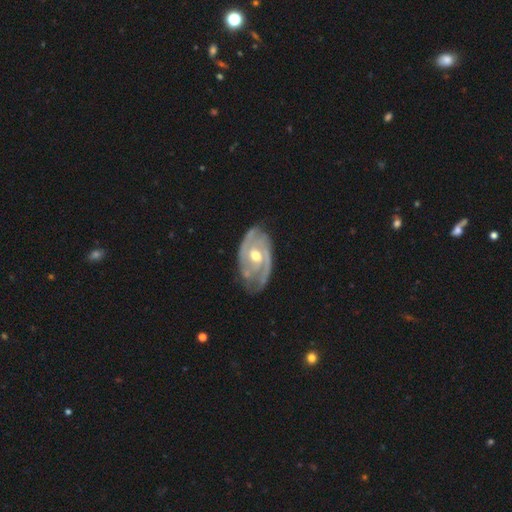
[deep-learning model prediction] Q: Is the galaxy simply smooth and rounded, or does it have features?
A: featured or disk — 89%.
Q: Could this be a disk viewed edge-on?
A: no — 96%.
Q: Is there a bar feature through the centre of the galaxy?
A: no — 61%.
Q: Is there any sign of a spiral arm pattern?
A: yes — 95%.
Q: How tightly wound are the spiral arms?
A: tight — 54%.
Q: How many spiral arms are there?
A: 2 — 54%.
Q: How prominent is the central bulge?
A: moderate — 77%.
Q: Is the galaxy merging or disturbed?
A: none — 70%.